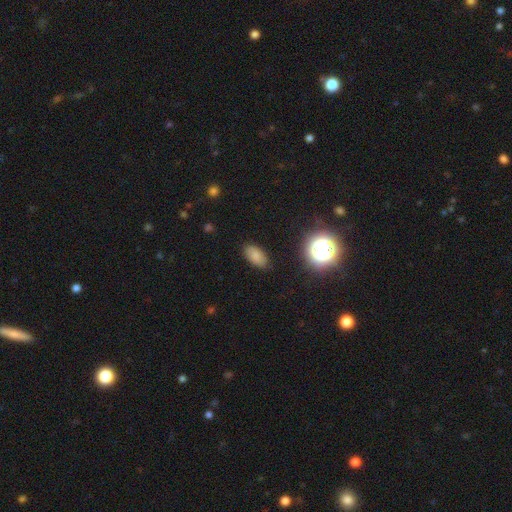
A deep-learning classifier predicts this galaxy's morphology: smooth_or_featured: smooth (p=0.78) [alt: star or artifact p=0.13]
how_rounded: in between (p=0.91) [alt: round p=0.06]
merging: none (p=0.84) [alt: minor disturbance p=0.12]